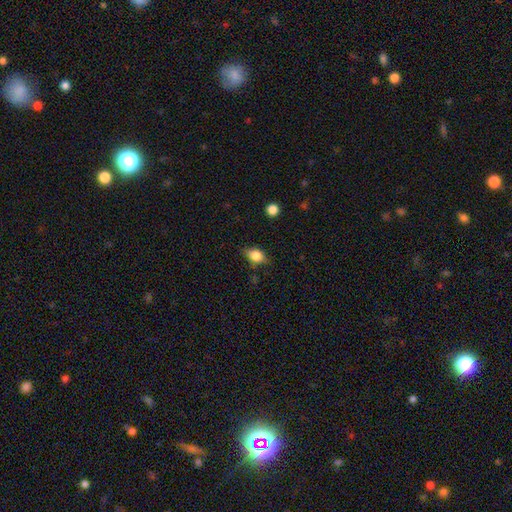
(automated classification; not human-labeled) Smooth or featured?
  - smooth: 76% *
  - featured or disk: 15%
  - star or artifact: 9%
How rounded?
  - in between: 66% *
  - round: 31%
  - cigar-shaped: 3%
Merging?
  - none: 70% *
  - minor disturbance: 23%
  - major disturbance: 6%
  - merger: 2%